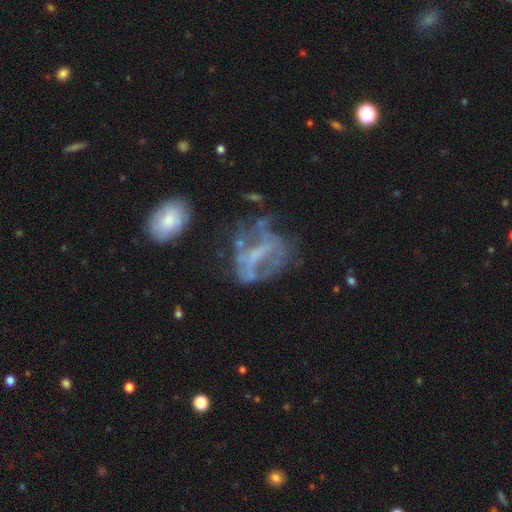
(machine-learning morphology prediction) This is likely a featured or disk galaxy (65%). It is clearly not viewed edge-on (96%). Bar: possibly no (49%). Spiral arm pattern: likely no (71%). Central bulge: possibly none (53%). Merging: marginally none (42%).